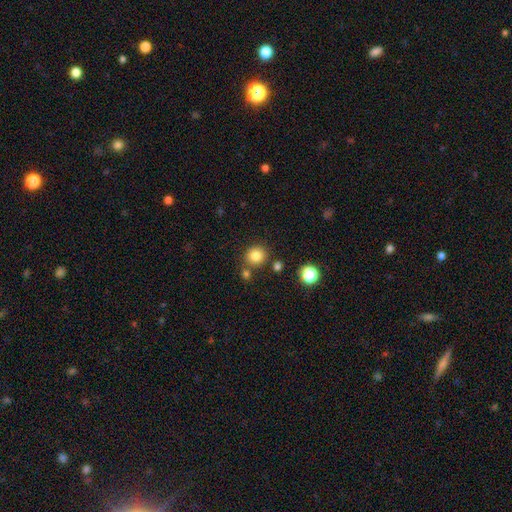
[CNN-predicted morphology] Overall: smooth (83%). How rounded: round (84%). Merging: none (78%).